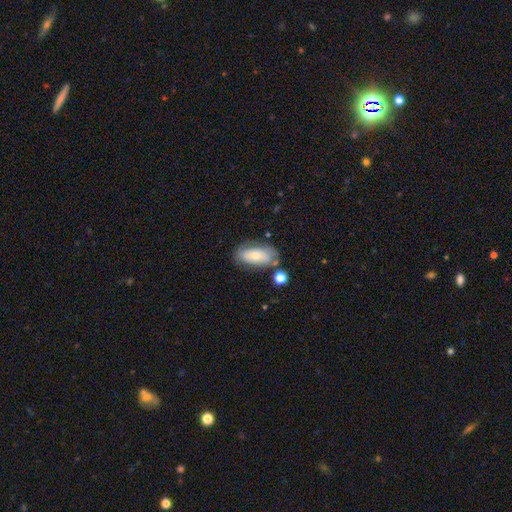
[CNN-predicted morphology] Smooth or featured: smooth — 58% (featured or disk — 35%)
How rounded: in between — 88% (cigar-shaped — 7%)
Merging: none — 64% (minor disturbance — 21%)